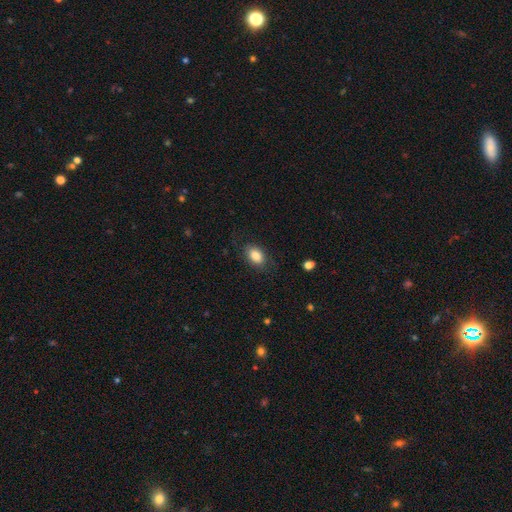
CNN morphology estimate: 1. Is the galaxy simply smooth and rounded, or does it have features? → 85% smooth, 8% star or artifact, 7% featured or disk.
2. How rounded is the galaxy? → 82% in between, 17% round, 1% cigar-shaped.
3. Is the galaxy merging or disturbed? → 82% none, 13% minor disturbance, 4% major disturbance, 1% merger.